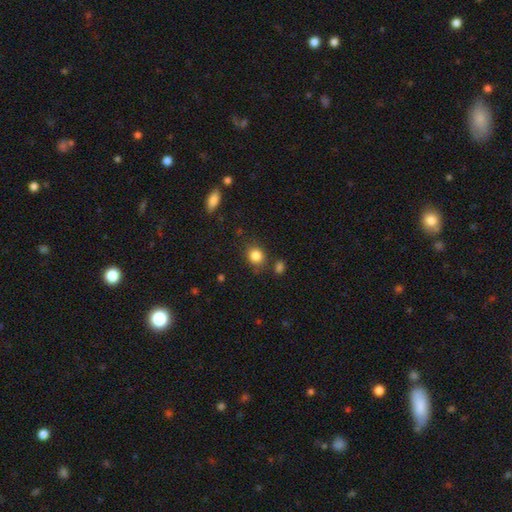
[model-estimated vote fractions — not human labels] A smooth galaxy with no disk features (84%) that is round (69%). Merging: none (77%).